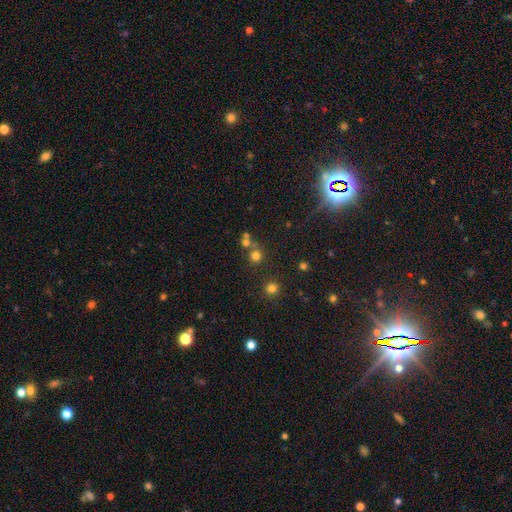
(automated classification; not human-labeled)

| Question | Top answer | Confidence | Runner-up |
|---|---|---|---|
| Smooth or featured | smooth | 69% | star or artifact (21%) |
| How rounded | round | 89% | in between (10%) |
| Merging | none | 59% | merger (30%) |